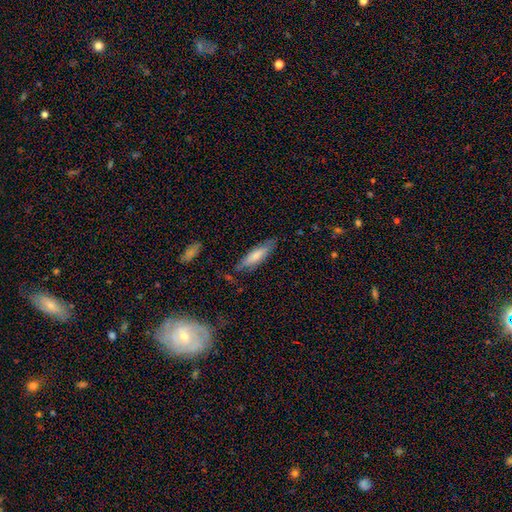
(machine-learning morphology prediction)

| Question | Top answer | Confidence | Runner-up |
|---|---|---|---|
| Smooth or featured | smooth | 73% | featured or disk (21%) |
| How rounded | cigar-shaped | 66% | in between (33%) |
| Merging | none | 76% | minor disturbance (18%) |